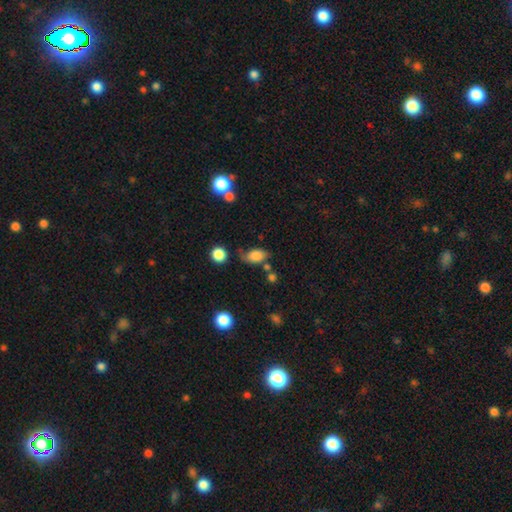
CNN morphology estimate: smooth_or_featured: smooth (p=0.78) [alt: featured or disk p=0.12]
how_rounded: in between (p=0.86) [alt: round p=0.11]
merging: none (p=0.57) [alt: minor disturbance p=0.26]